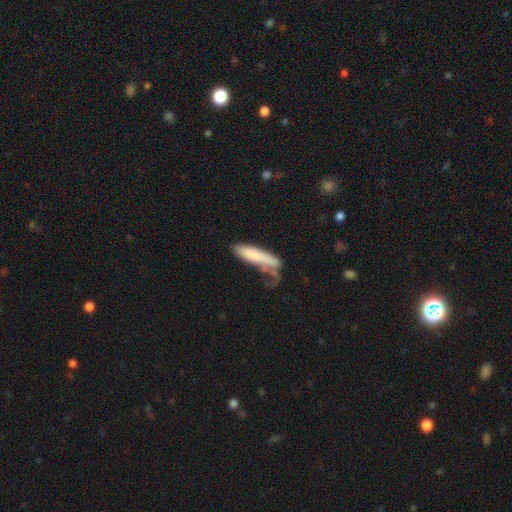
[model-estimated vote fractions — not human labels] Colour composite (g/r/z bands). It shows a smooth galaxy with no disk features (73%) that is cigar-shaped (77%). Merging: none (36%).